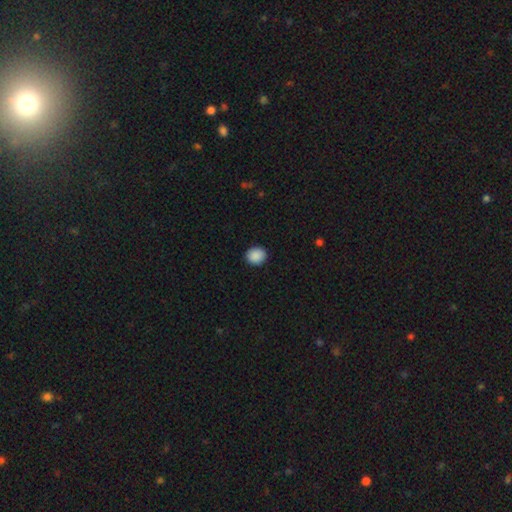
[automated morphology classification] This appears to be a smooth galaxy with no disk features (90%) that is round (71%). Merging: none (90%).